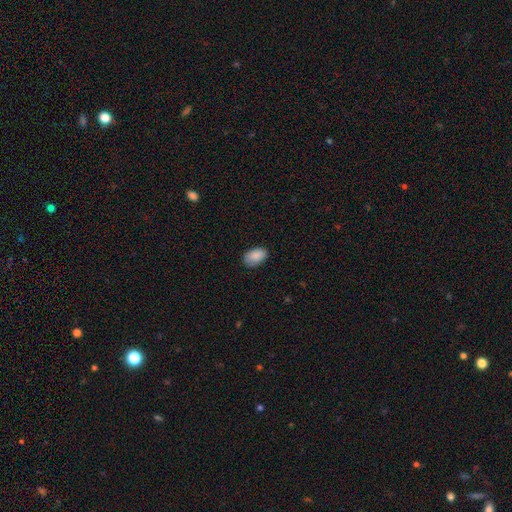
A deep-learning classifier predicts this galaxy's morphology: type=smooth (88%); roundness=in between (91%); merging=none (80%).